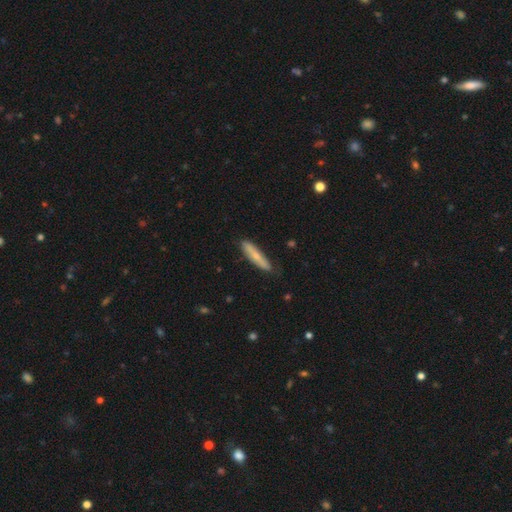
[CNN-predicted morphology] Smooth or featured? Predicted: smooth (p=0.63). How rounded? Predicted: cigar-shaped (p=0.85). Merging? Predicted: none (p=0.83).